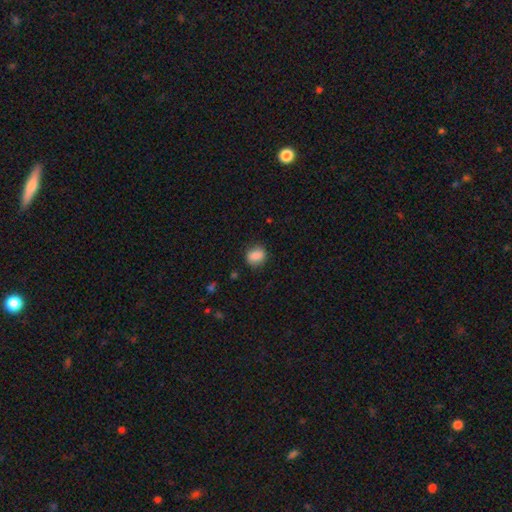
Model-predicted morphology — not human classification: smooth-or-featured: smooth: 87% | star or artifact: 8% | featured or disk: 5%
  how-rounded: round: 50% | in between: 48% | cigar-shaped: 1%
  merging: none: 82% | minor disturbance: 14% | major disturbance: 3% | merger: 1%